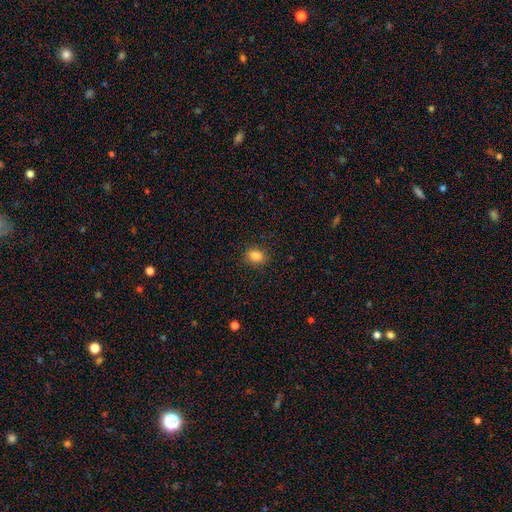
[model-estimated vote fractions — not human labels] Smooth or featured: smooth — 84% (star or artifact — 11%)
How rounded: in between — 63% (round — 36%)
Merging: none — 87% (minor disturbance — 10%)